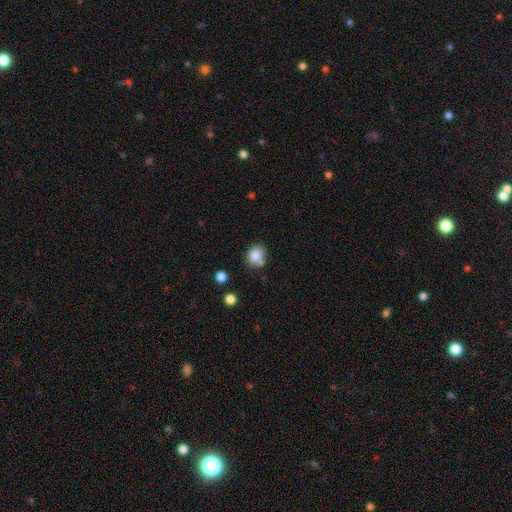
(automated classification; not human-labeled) Q: Smooth or featured?
A: smooth (83%); runner-up: star or artifact (10%)
Q: How rounded?
A: round (60%); runner-up: in between (39%)
Q: Merging?
A: none (66%); runner-up: merger (16%)